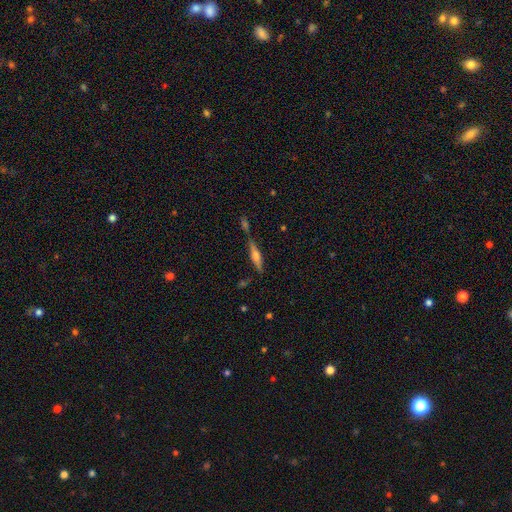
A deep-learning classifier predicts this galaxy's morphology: Smooth or featured?
  - featured or disk: 53% *
  - smooth: 39%
  - star or artifact: 8%
Edge-on disk?
  - yes: 94% *
  - no: 6%
Edge-on bulge?
  - rounded: 71% *
  - boxy: 20%
  - none: 9%
Merging?
  - none: 67% *
  - minor disturbance: 15%
  - merger: 13%
  - major disturbance: 5%